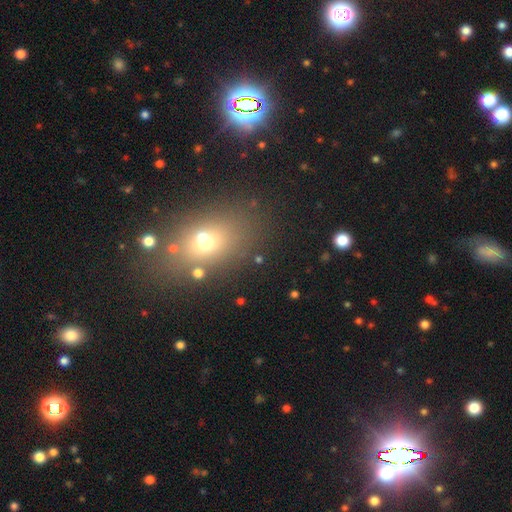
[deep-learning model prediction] A smooth galaxy with no disk features (53%) that is in between round and cigar-shaped (65%).

Vote fractions:
- Smooth or featured? smooth: 53% / star or artifact: 33% / featured or disk: 14%
- How rounded? in between: 65% / round: 31% / cigar-shaped: 4%
- Merging? none: 79% / minor disturbance: 10% / merger: 6% / major disturbance: 5%